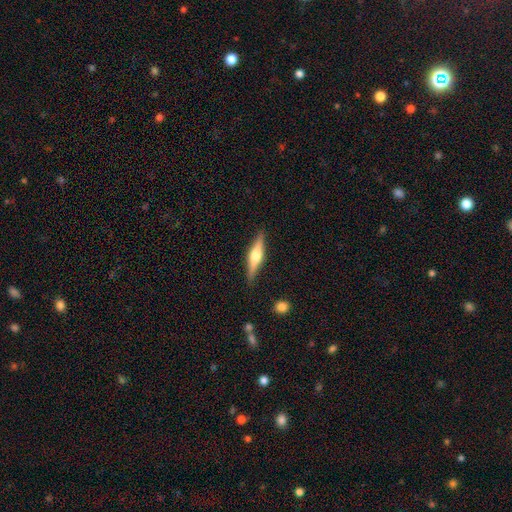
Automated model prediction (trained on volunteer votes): Smooth or featured: featured or disk — 65% (smooth — 30%)
Edge-on disk: yes — 97% (no — 3%)
Edge-on bulge: rounded — 89% (boxy — 8%)
Merging: none — 88% (minor disturbance — 9%)